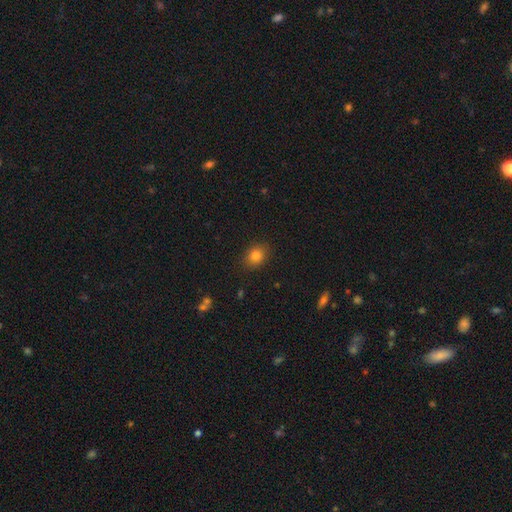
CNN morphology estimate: This is clearly a smooth galaxy (82%). How rounded: possibly round (52%). Merging: clearly none (87%).